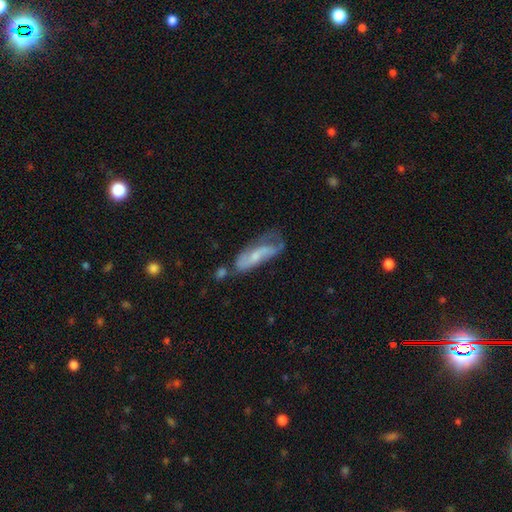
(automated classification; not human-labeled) smooth_or_featured: featured or disk (p=0.55) [alt: smooth p=0.38]
disk_edge_on: no (p=0.82) [alt: yes p=0.18]
merging: none (p=0.34) [alt: minor disturbance p=0.29]